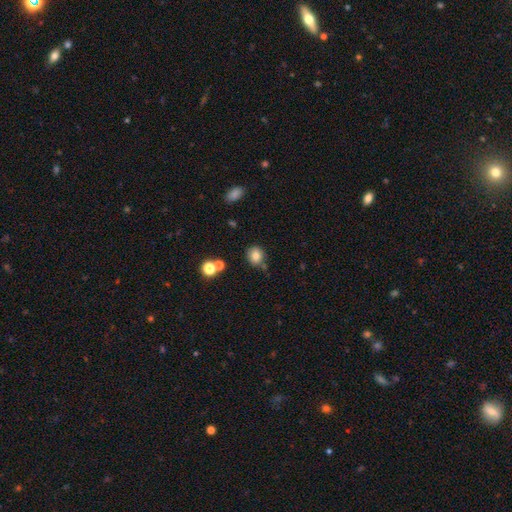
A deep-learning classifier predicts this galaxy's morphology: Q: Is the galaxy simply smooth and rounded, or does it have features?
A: smooth — 80%.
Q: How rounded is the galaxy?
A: round — 79%.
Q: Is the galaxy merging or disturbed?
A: none — 74%.